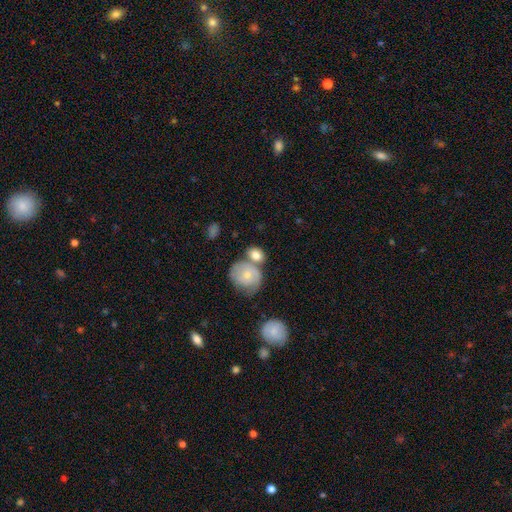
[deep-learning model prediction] The model was most divided on "merging": none: 41%, merger: 38%, minor disturbance: 15%, major disturbance: 6%. More confident: smooth or featured — smooth (69%); how rounded — round (53%).